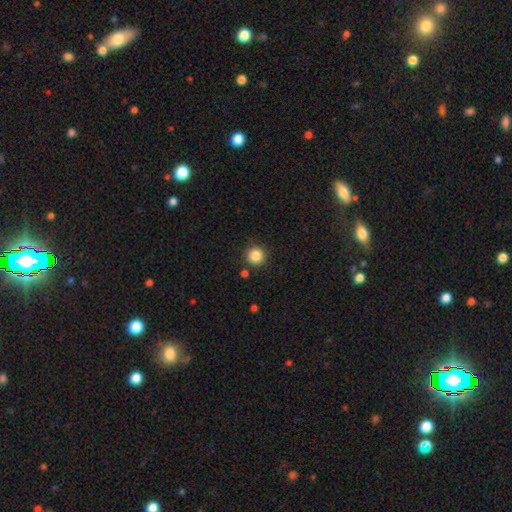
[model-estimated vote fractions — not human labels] Smooth or featured? Predicted: smooth (p=0.85). How rounded? Predicted: round (p=0.95). Merging? Predicted: none (p=0.88).